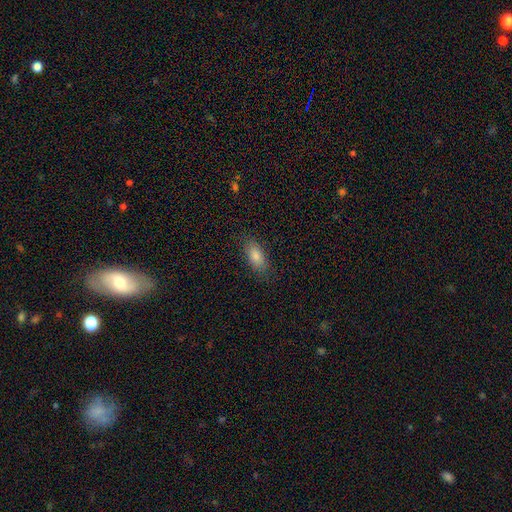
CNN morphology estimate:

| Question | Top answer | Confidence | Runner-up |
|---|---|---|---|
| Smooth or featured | smooth | 81% | featured or disk (10%) |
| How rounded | in between | 83% | cigar-shaped (14%) |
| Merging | none | 85% | minor disturbance (12%) |